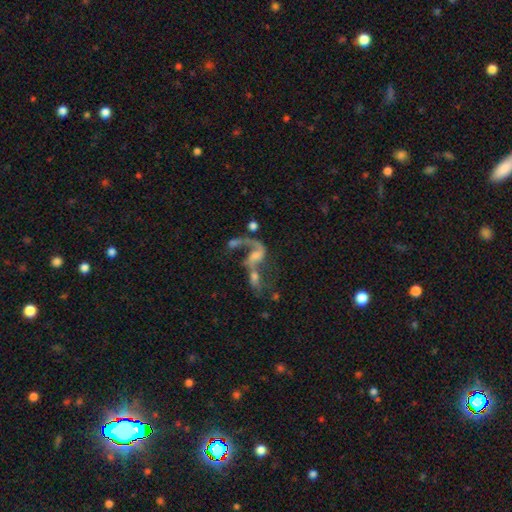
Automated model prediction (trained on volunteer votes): Morphology: type=featured or disk (71%); edge-on=no (95%); bar=no (52%); spiral arms=yes (75%); winding=loose (81%); arm count=1 (52%); bulge=small (34%); merging=merger (51%).